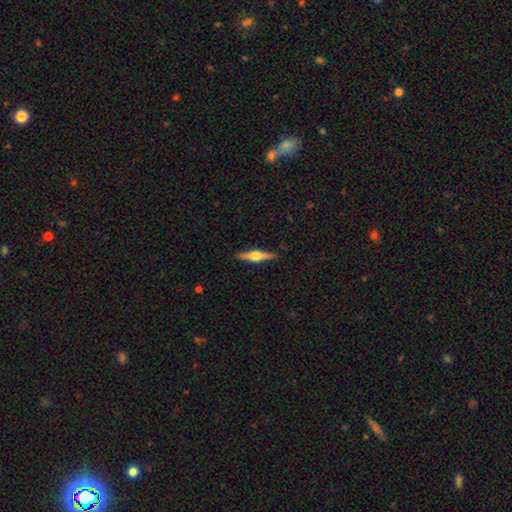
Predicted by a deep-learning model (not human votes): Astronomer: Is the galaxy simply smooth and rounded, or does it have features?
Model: featured or disk — 72%.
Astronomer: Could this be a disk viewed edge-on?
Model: yes — 98%.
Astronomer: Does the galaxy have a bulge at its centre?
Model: rounded — 93%.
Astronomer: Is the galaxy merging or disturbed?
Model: none — 91%.